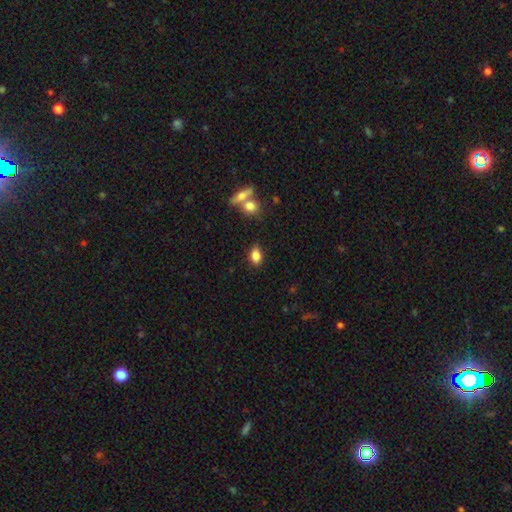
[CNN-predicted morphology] smooth_or_featured: smooth (p=0.85) [alt: star or artifact p=0.09]
how_rounded: in between (p=0.85) [alt: round p=0.12]
merging: none (p=0.82) [alt: minor disturbance p=0.11]